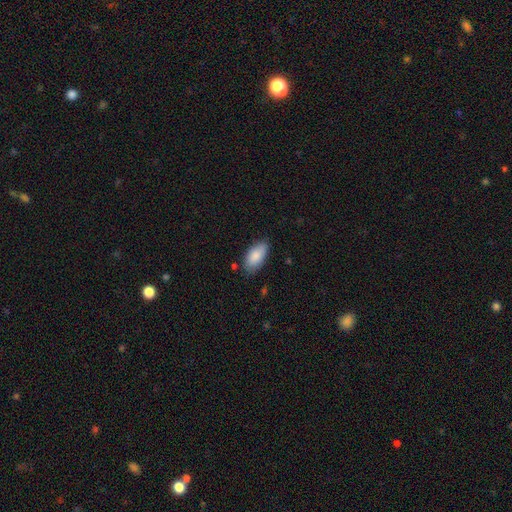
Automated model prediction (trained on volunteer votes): A smooth galaxy with no disk features (87%) that is in between round and cigar-shaped (93%). Merging: none (79%).